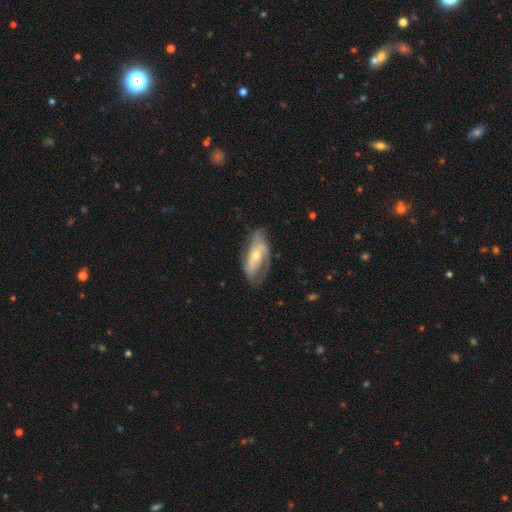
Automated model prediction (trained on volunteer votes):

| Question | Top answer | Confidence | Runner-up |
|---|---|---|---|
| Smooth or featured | featured or disk | 74% | smooth (20%) |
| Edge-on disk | no | 88% | yes (12%) |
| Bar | no | 54% | weak (29%) |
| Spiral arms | yes | 84% | no (16%) |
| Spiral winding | medium | 40% | tight (36%) |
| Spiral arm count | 2 | 54% | can't tell (25%) |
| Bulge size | moderate | 49% | small (47%) |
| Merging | none | 59% | minor disturbance (26%) |